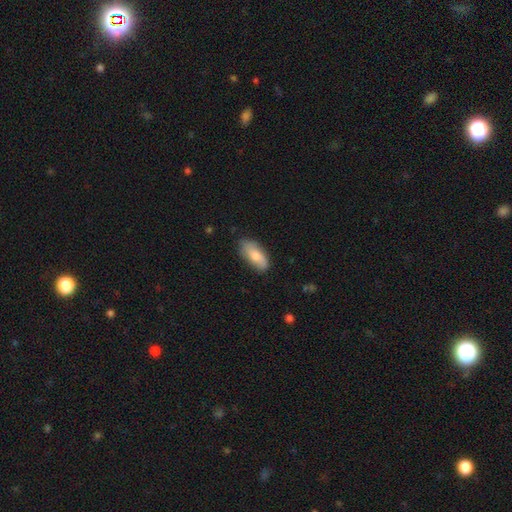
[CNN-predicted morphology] type=smooth (77%); roundness=in between (87%); merging=none (73%).